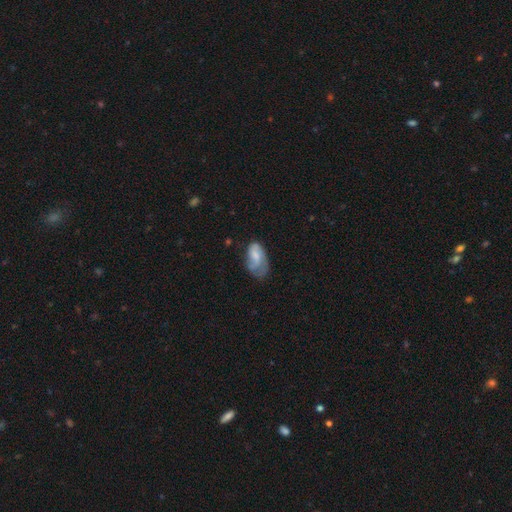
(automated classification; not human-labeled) Smooth or featured: smooth — 53% (featured or disk — 40%)
How rounded: in between — 92% (round — 5%)
Merging: minor disturbance — 34% (tied with none — 34%)